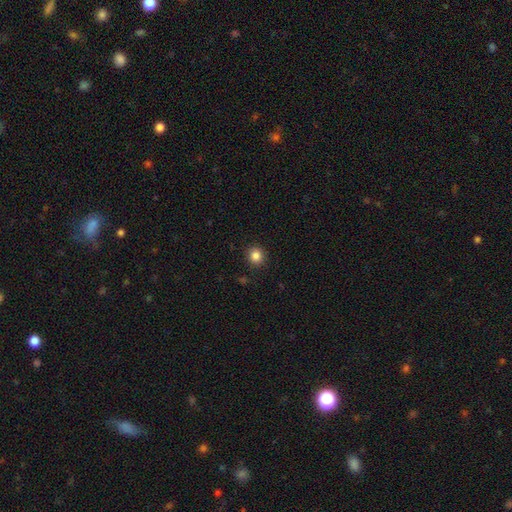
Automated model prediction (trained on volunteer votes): Smooth or featured: smooth — 85% (star or artifact — 11%)
How rounded: round — 87% (in between — 12%)
Merging: none — 90% (minor disturbance — 6%)